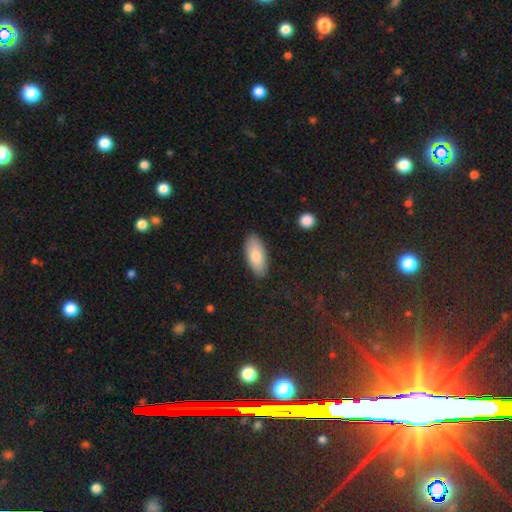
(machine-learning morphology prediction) A smooth galaxy with no disk features (81%) that is in between round and cigar-shaped (87%).

Vote fractions:
- Smooth or featured? smooth: 81% / featured or disk: 13% / star or artifact: 6%
- How rounded? in between: 87% / cigar-shaped: 11% / round: 2%
- Merging? none: 87% / minor disturbance: 10% / major disturbance: 2% / merger: 1%